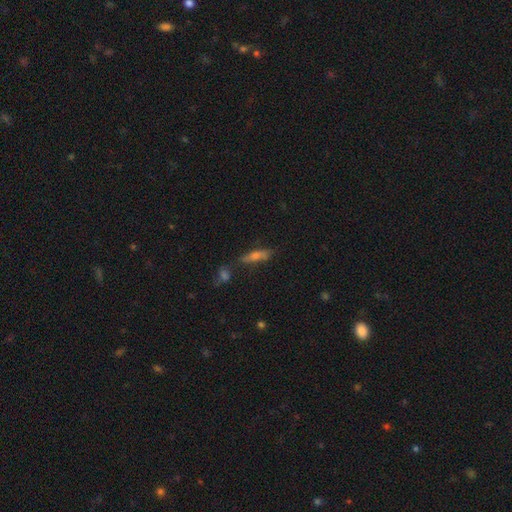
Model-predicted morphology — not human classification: Overall: smooth (48%; featured or disk 39%). Merging: none (71%).